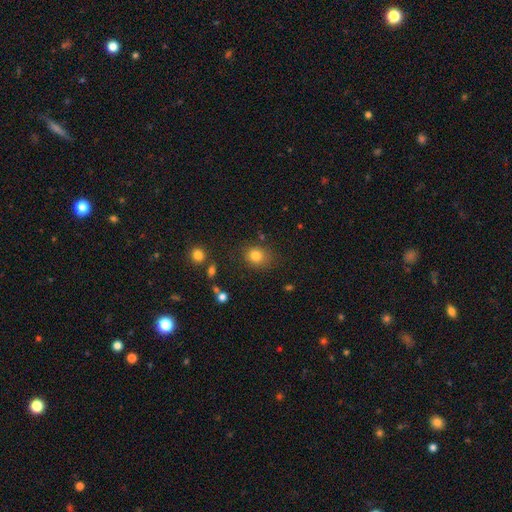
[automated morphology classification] Overall: smooth (81%). How rounded: round (66%; in between 33%). Merging: none (77%).